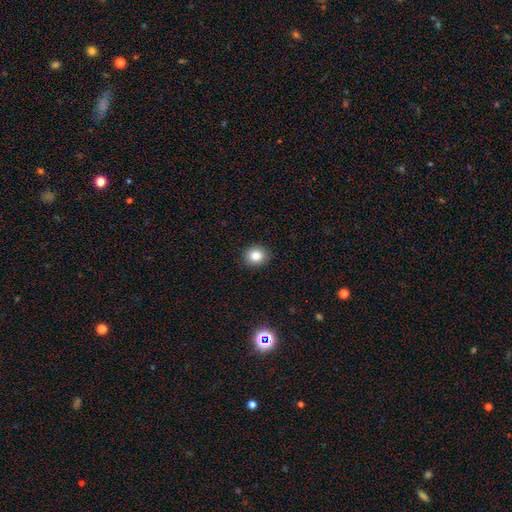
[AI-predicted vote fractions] smooth-or-featured: smooth: 83% | star or artifact: 10% | featured or disk: 6%
  how-rounded: round: 72% | in between: 27% | cigar-shaped: 1%
  merging: none: 90% | minor disturbance: 7% | major disturbance: 2% | merger: 1%